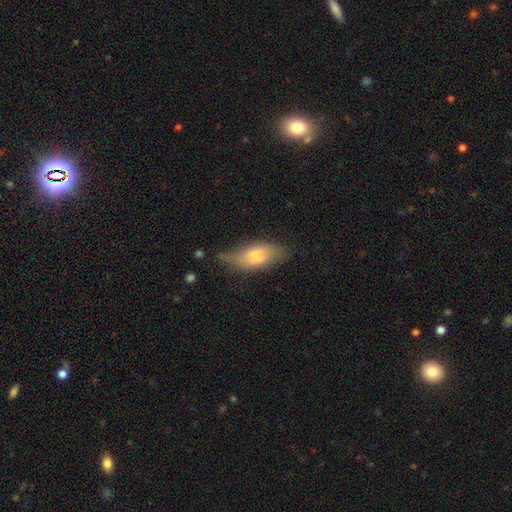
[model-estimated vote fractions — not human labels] Overall: smooth (68%). How rounded: in between (81%). Merging: none (57%; minor disturbance 32%).